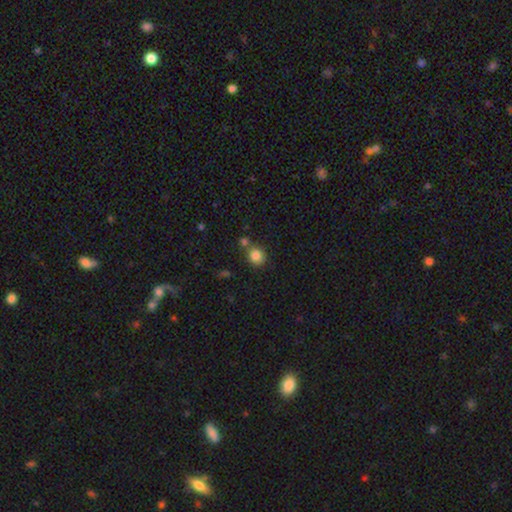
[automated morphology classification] smooth-or-featured: smooth: 84% | star or artifact: 10% | featured or disk: 6%
  how-rounded: round: 83% | in between: 16% | cigar-shaped: 1%
  merging: none: 66% | merger: 18% | minor disturbance: 12% | major disturbance: 4%